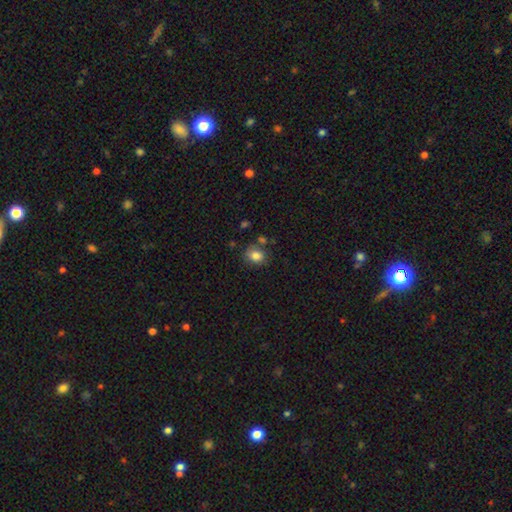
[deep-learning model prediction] The model was most divided on "how rounded": in between: 50%, round: 49%, cigar-shaped: 1%. More confident: smooth or featured — smooth (83%); merging — none (68%).